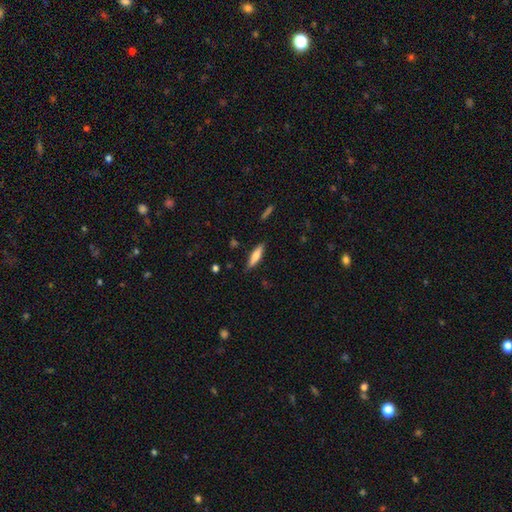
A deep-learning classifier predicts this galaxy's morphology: Overall: smooth (63%; featured or disk 31%). How rounded: cigar-shaped (70%). Merging: none (85%).